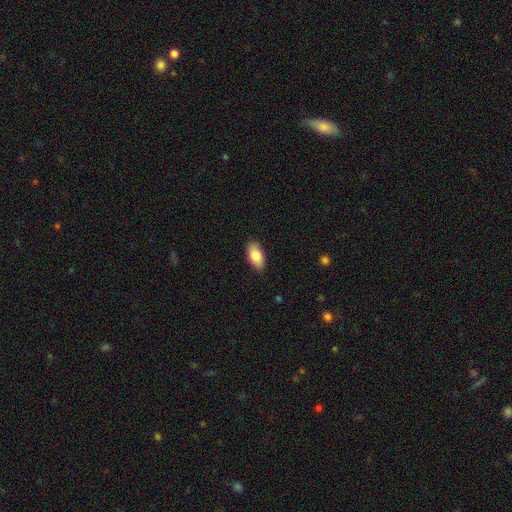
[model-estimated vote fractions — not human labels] Overall: smooth (83%). How rounded: in between (93%). Merging: none (85%).